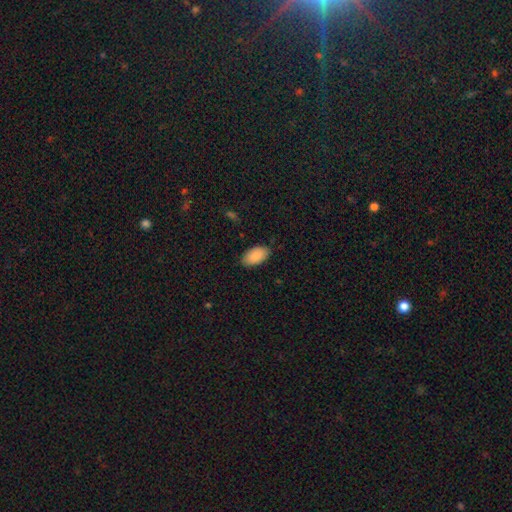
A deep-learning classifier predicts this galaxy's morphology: A smooth galaxy with no disk features (89%) that is in between round and cigar-shaped (96%). Merging: none (85%).